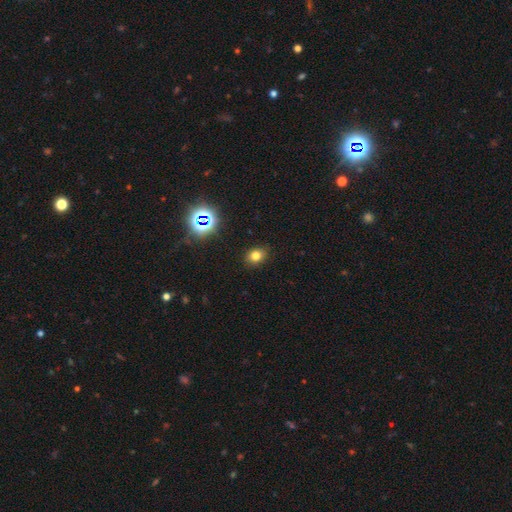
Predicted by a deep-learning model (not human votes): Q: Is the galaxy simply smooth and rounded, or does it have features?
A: smooth — 75%.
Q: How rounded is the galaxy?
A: in between — 53%.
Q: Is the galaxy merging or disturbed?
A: none — 87%.